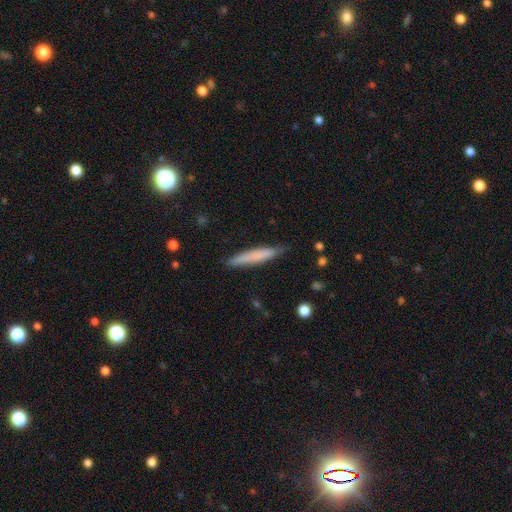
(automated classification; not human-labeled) smooth-or-featured: smooth: 70% | featured or disk: 24% | star or artifact: 6%
  how-rounded: cigar-shaped: 93% | in between: 5% | round: 1%
  merging: none: 85% | minor disturbance: 11% | major disturbance: 2% | merger: 1%